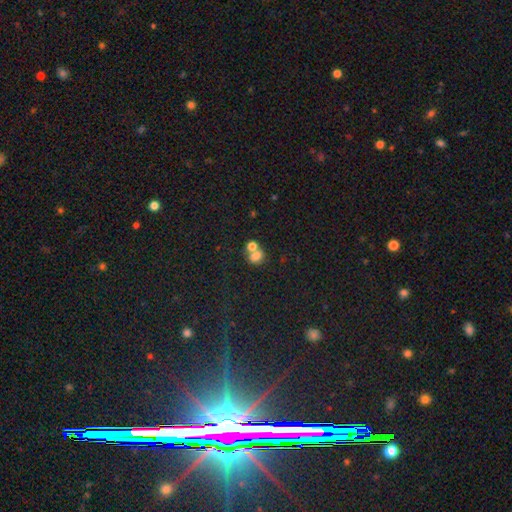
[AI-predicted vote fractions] This is likely a smooth galaxy (74%). How rounded: possibly round (56%). Merging: possibly merger (53%).